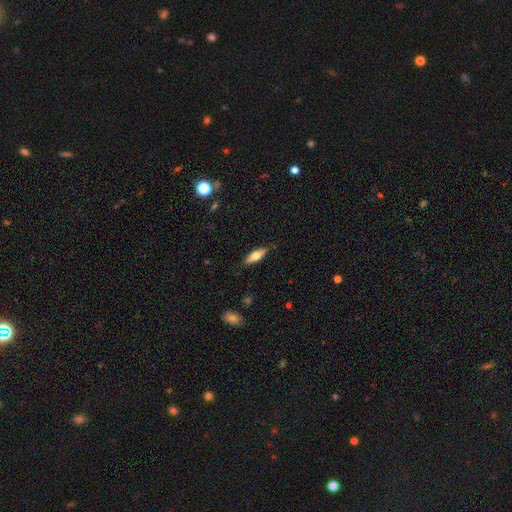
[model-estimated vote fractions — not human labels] smooth_or_featured: smooth (p=0.51) [alt: featured or disk p=0.43]
how_rounded: in between (p=0.51) [alt: cigar-shaped p=0.47]
merging: none (p=0.86) [alt: minor disturbance p=0.10]